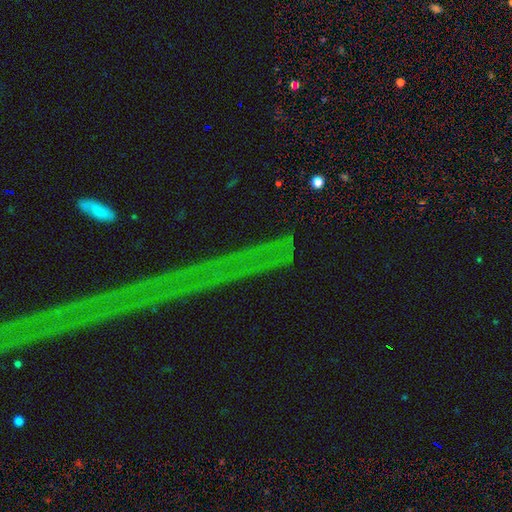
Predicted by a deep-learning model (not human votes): Q: Smooth or featured?
A: star or artifact (81%); runner-up: featured or disk (10%)